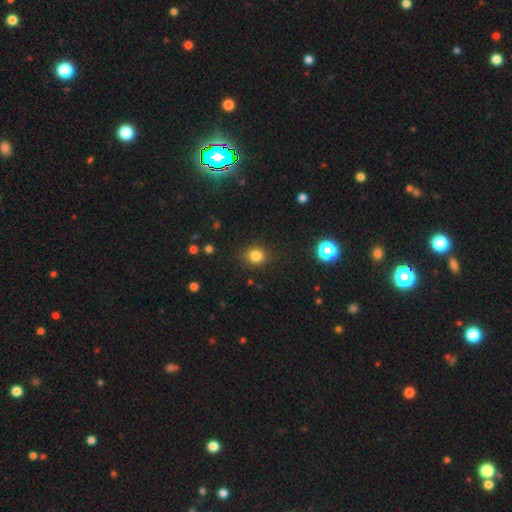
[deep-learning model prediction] The model was most divided on "how rounded": round: 76%, in between: 23%, cigar-shaped: 1%. More confident: merging — none (86%); smooth or featured — smooth (82%).